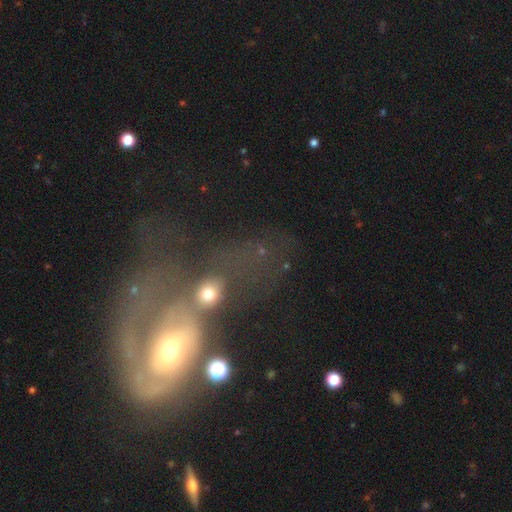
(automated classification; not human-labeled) smooth_or_featured: featured or disk (p=0.69) [alt: smooth p=0.17]
disk_edge_on: no (p=0.95) [alt: yes p=0.05]
bar: no (p=0.62) [alt: weak p=0.26]
has_spiral_arms: yes (p=0.72) [alt: no p=0.28]
bulge_size: small (p=0.45) [alt: moderate p=0.44]
merging: merger (p=0.34) [alt: major disturbance p=0.29]